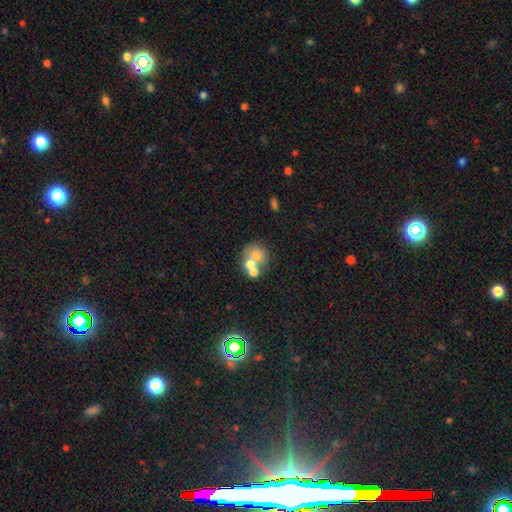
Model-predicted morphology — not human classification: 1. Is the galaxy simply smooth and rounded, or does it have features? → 58% smooth, 29% featured or disk, 13% star or artifact.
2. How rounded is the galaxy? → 75% round, 24% in between, 1% cigar-shaped.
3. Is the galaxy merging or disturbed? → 49% merger, 36% none, 9% minor disturbance, 6% major disturbance.